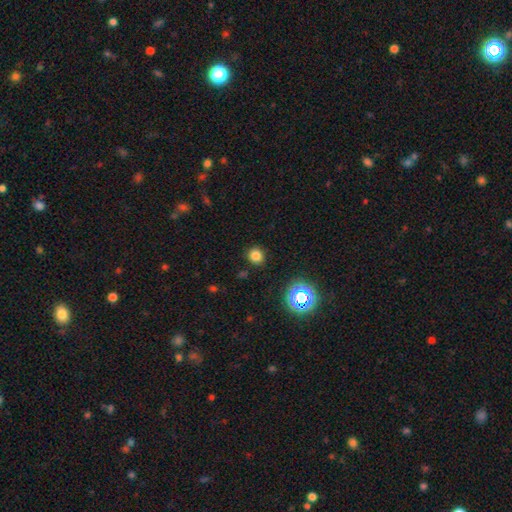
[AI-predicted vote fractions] smooth-or-featured: smooth: 77% | star or artifact: 18% | featured or disk: 5%
  how-rounded: round: 85% | in between: 14% | cigar-shaped: 1%
  merging: none: 88% | minor disturbance: 7% | major disturbance: 3% | merger: 2%